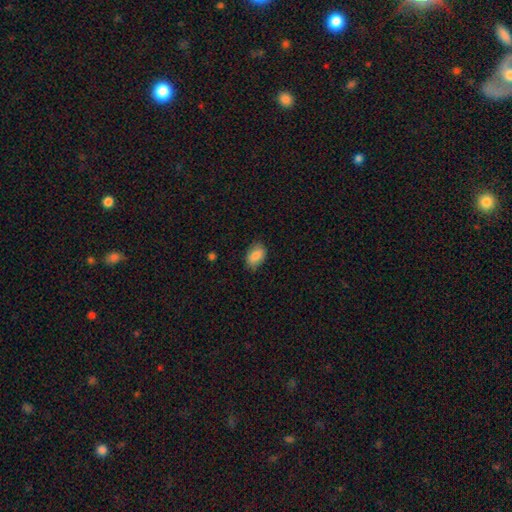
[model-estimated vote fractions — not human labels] This appears to be a smooth galaxy with no disk features (86%) that is in between round and cigar-shaped (88%). Merging: none (79%).